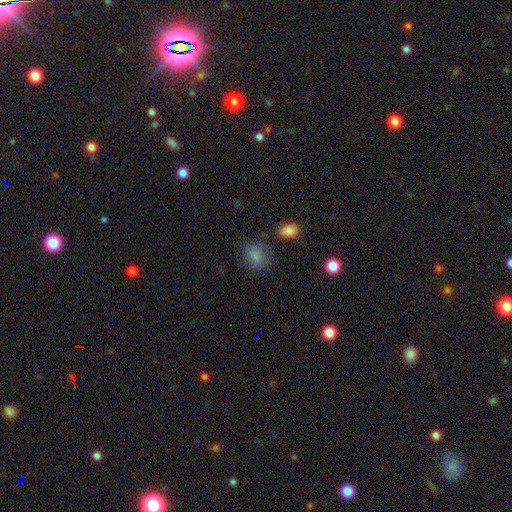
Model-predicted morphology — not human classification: This is clearly a smooth galaxy (81%). How rounded: possibly round (51%). Merging: likely none (71%).